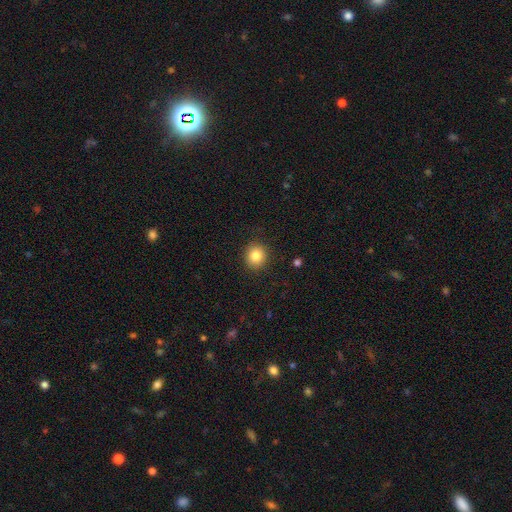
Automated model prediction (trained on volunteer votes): smooth_or_featured: smooth (p=0.84) [alt: star or artifact p=0.10]
how_rounded: round (p=0.85) [alt: in between p=0.14]
merging: none (p=0.90) [alt: minor disturbance p=0.07]